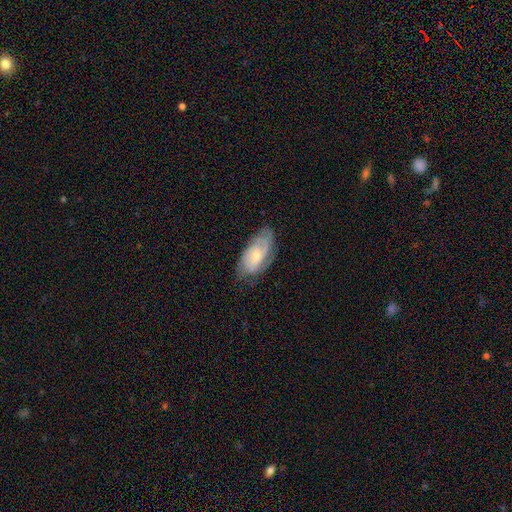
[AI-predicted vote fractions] A featured or disk galaxy (66%) with no bar (60%), 2 (42%) tight (51%) spiral arms (89%) and a small central bulge (55%). Merging: none (68%).